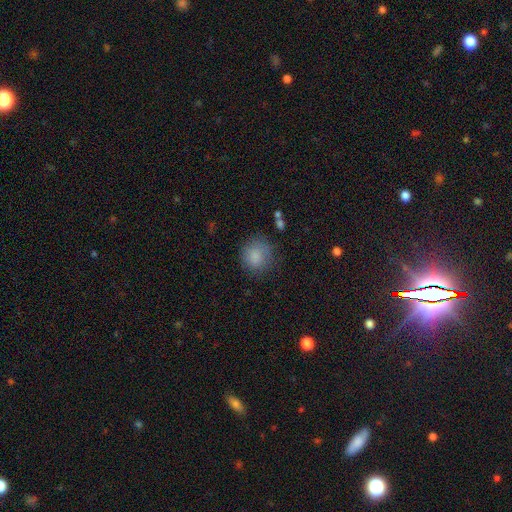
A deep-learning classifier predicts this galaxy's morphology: This appears to be a smooth galaxy with no disk features (84%) that is round (83%). Merging: none (71%).